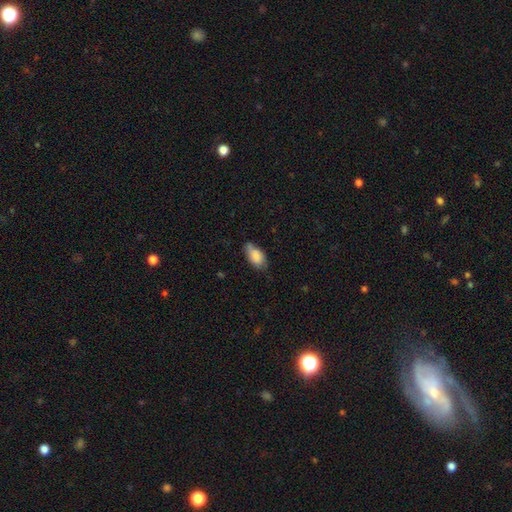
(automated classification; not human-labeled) Overall: smooth (84%). How rounded: in between (92%). Merging: none (59%; minor disturbance 32%).